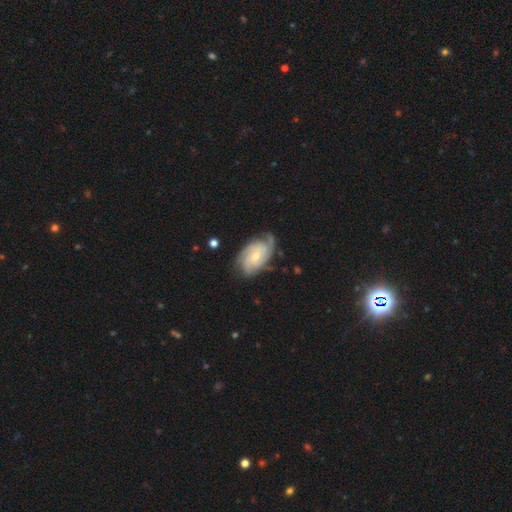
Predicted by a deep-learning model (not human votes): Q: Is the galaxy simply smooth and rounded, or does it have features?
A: featured or disk — 78%.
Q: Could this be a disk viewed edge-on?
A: no — 96%.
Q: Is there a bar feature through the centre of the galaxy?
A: no — 66%.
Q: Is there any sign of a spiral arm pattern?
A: yes — 94%.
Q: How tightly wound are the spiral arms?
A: tight — 57%.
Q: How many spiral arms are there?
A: can't tell — 29%.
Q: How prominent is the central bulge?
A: small — 50%.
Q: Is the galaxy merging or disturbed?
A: none — 65%.